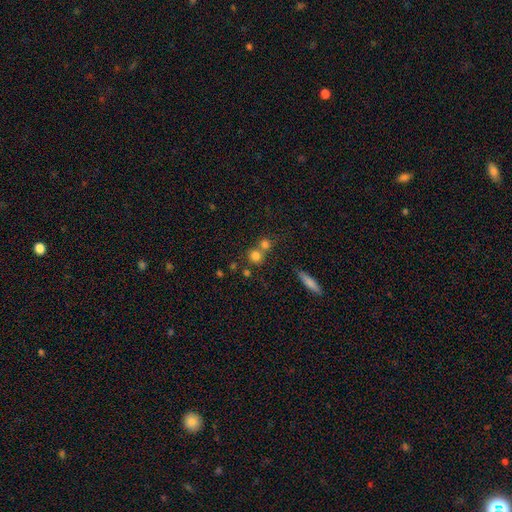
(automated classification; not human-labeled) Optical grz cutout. It shows a smooth galaxy with no disk features (76%) that is round (86%). Merging: none (51%).